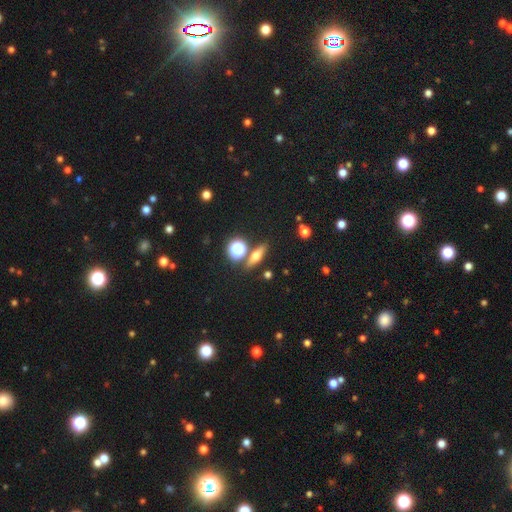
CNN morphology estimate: smooth 45%, featured or disk 38%, star or artifact 16%. Down the decision tree: merging — none (81%).